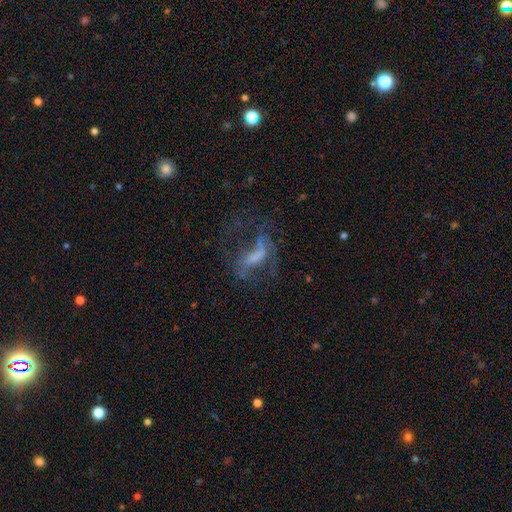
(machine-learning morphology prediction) Smooth or featured: featured or disk — 58% (smooth — 26%)
Edge-on disk: no — 89% (yes — 11%)
Bar: weak — 34% (tied with no — 34%)
Spiral arms: no — 51% (yes — 49%)
Bulge size: none — 38% (moderate — 25%)
Merging: major disturbance — 41% (none — 37%)